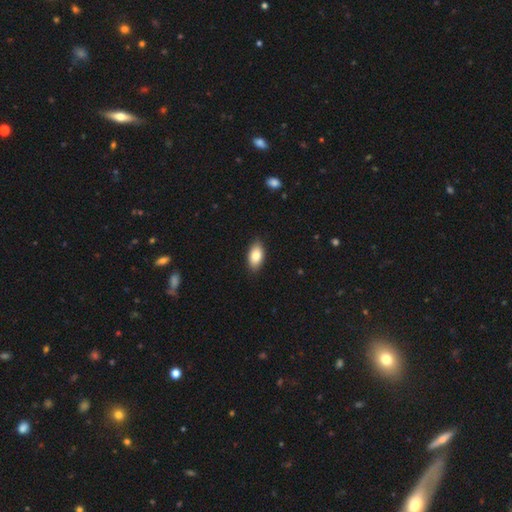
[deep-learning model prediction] Smooth or featured?
  - smooth: 83% *
  - featured or disk: 10%
  - star or artifact: 7%
How rounded?
  - in between: 92% *
  - round: 4%
  - cigar-shaped: 3%
Merging?
  - none: 88% *
  - minor disturbance: 9%
  - major disturbance: 2%
  - merger: 1%